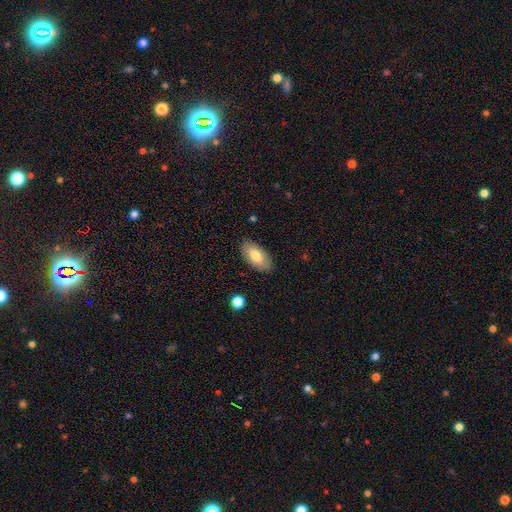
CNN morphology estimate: Smooth or featured? smooth (78%)
How rounded? in between (93%)
Merging? none (86%)